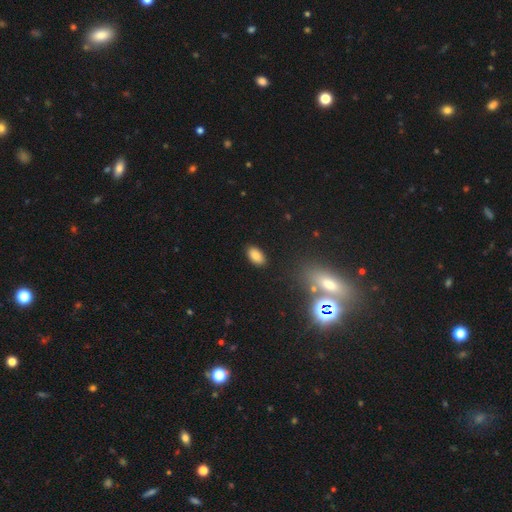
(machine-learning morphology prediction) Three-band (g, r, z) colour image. It shows a smooth galaxy with no disk features (83%) that is in between round and cigar-shaped (93%). Merging: none (88%).